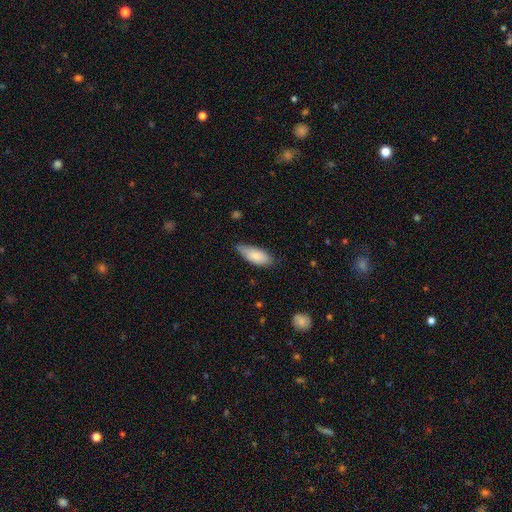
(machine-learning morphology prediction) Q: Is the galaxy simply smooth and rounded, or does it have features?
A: smooth — 82%.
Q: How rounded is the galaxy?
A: in between — 81%.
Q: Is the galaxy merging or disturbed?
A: none — 63%.